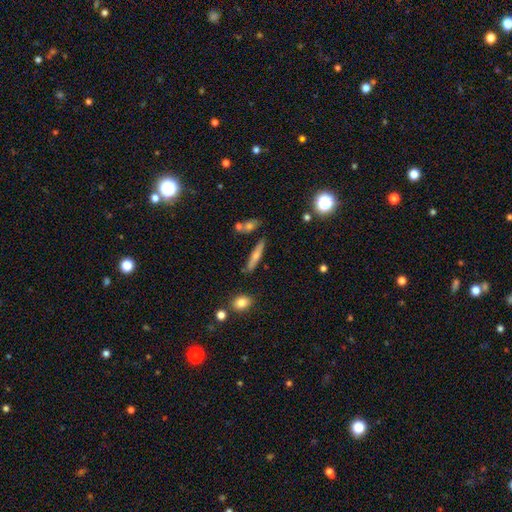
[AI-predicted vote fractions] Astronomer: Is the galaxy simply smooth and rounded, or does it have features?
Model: smooth — 53% (runner-up: featured or disk, 39%).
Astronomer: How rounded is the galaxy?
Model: cigar-shaped — 86%.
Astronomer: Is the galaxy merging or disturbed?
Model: none — 78%.